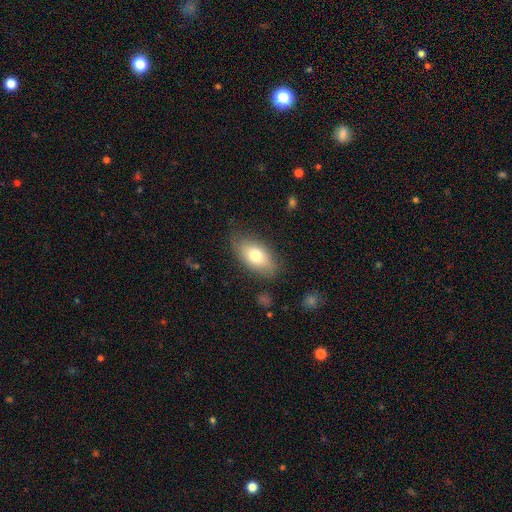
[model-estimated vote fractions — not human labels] A smooth galaxy with no disk features (74%) that is in between round and cigar-shaped (90%). Merging: none (76%).